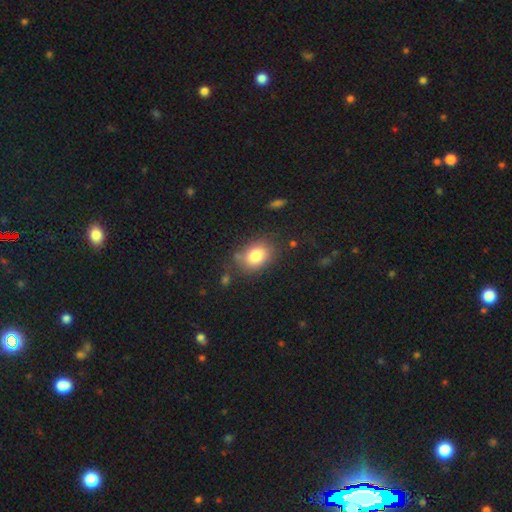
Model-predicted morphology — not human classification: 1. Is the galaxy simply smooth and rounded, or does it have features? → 82% smooth, 9% featured or disk, 9% star or artifact.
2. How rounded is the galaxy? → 74% in between, 25% round, 1% cigar-shaped.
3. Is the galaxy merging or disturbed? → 73% none, 17% minor disturbance, 5% major disturbance, 4% merger.